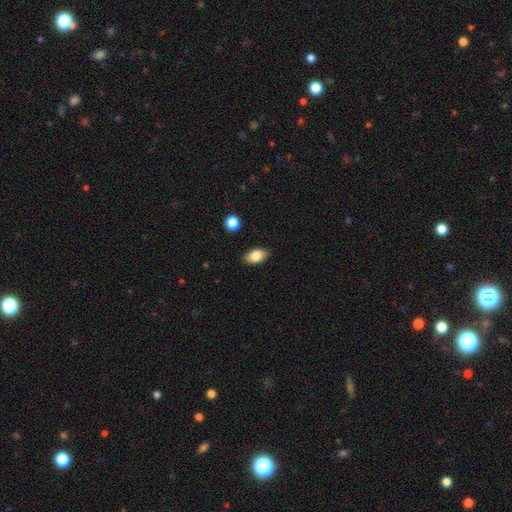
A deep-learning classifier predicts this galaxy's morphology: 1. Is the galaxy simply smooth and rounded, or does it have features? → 83% smooth, 9% featured or disk, 8% star or artifact.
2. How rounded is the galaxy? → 91% in between, 7% round, 2% cigar-shaped.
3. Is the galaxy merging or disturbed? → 87% none, 10% minor disturbance, 2% major disturbance, 1% merger.